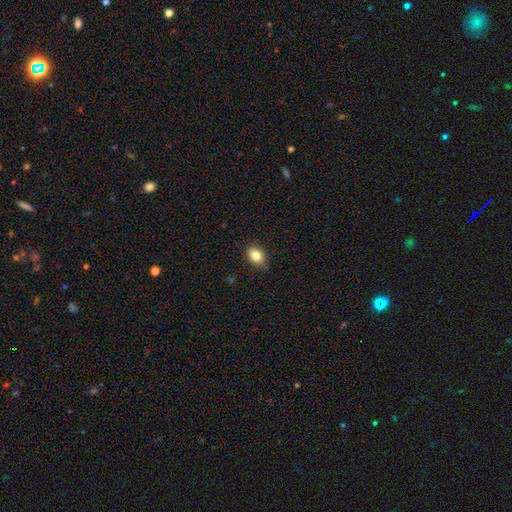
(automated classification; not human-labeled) smooth_or_featured: smooth (p=0.83) [alt: star or artifact p=0.09]
how_rounded: in between (p=0.79) [alt: round p=0.19]
merging: none (p=0.80) [alt: minor disturbance p=0.16]